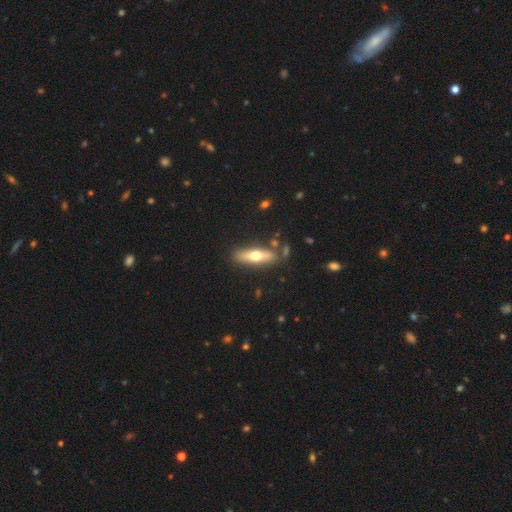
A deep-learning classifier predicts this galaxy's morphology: smooth_or_featured: smooth (p=0.53) [alt: featured or disk p=0.41]
how_rounded: cigar-shaped (p=0.60) [alt: in between p=0.38]
merging: none (p=0.79) [alt: minor disturbance p=0.12]